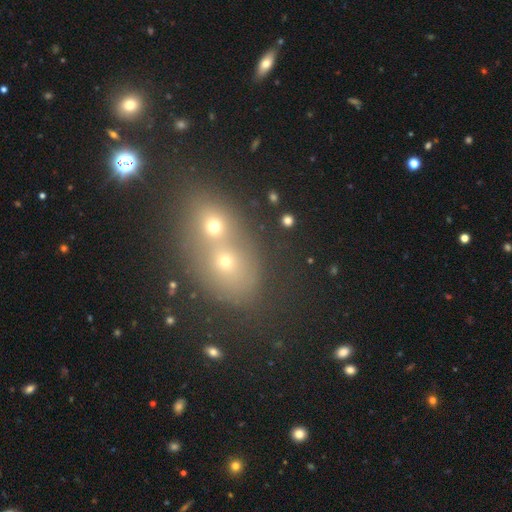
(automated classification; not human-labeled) Overall: smooth (49%; star or artifact 31%). Merging: merger (59%; none 32%).